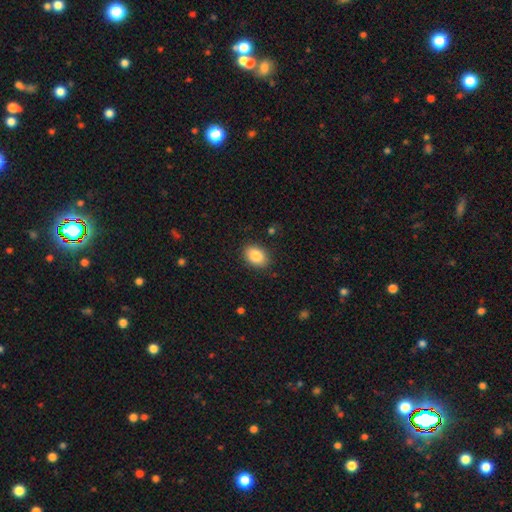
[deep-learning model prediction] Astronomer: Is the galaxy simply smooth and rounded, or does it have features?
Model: smooth — 86%.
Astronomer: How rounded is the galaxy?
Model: in between — 77%.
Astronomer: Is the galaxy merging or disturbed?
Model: none — 88%.